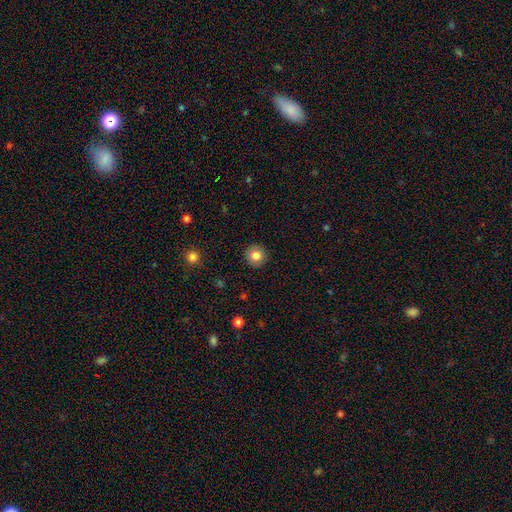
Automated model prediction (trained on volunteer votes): smooth_or_featured: smooth (p=0.83) [alt: star or artifact p=0.10]
how_rounded: round (p=0.94) [alt: in between p=0.05]
merging: none (p=0.92) [alt: minor disturbance p=0.06]